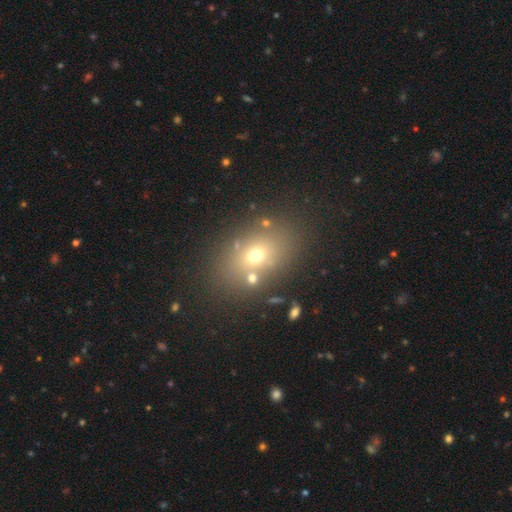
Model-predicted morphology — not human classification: Smooth or featured?
  - smooth: 63% *
  - star or artifact: 19%
  - featured or disk: 18%
How rounded?
  - in between: 67% *
  - round: 31%
  - cigar-shaped: 1%
Merging?
  - none: 76% *
  - minor disturbance: 10%
  - merger: 9%
  - major disturbance: 5%